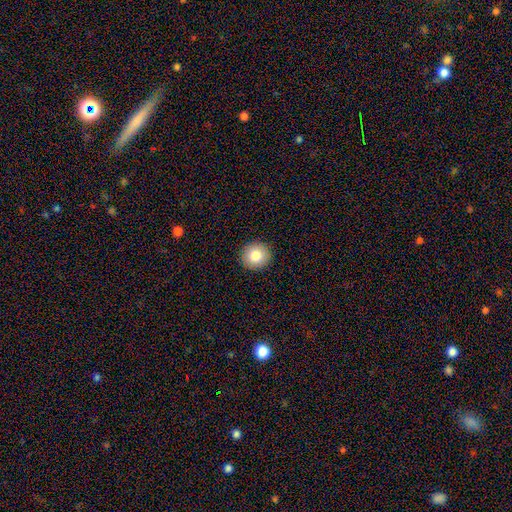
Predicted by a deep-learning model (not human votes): This is clearly a smooth galaxy (83%). How rounded: clearly round (92%). Merging: clearly none (93%).